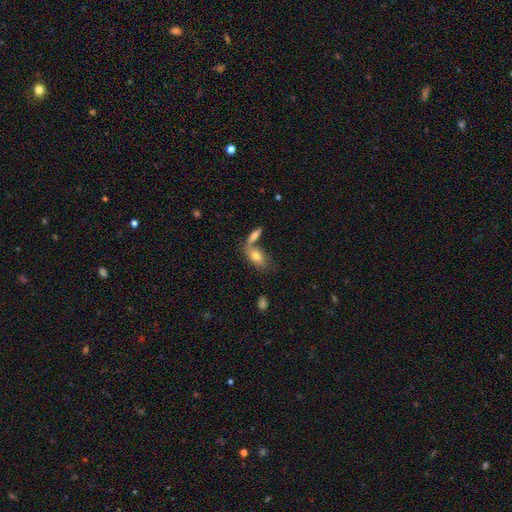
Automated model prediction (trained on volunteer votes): Smooth or featured? smooth (69%)
How rounded? in between (86%)
Merging? merger (44%)